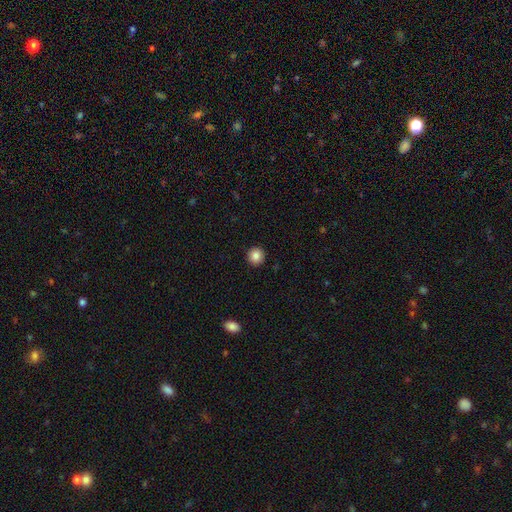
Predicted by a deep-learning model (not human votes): The model was most divided on "smooth or featured": smooth: 85%, star or artifact: 10%, featured or disk: 5%. More confident: how rounded — round (94%); merging — none (92%).